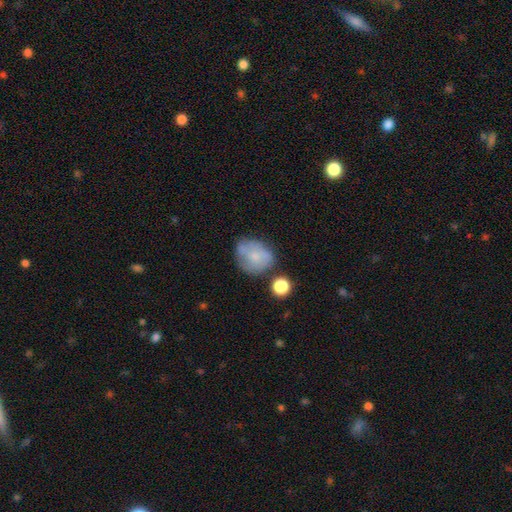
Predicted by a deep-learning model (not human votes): Morphology: type=smooth (59%); roundness=round (67%); merging=none (53%).